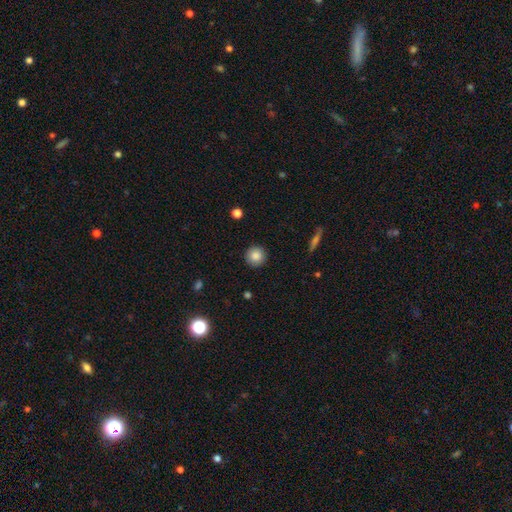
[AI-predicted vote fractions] A smooth galaxy with no disk features (86%) that is round (95%). Merging: none (91%).